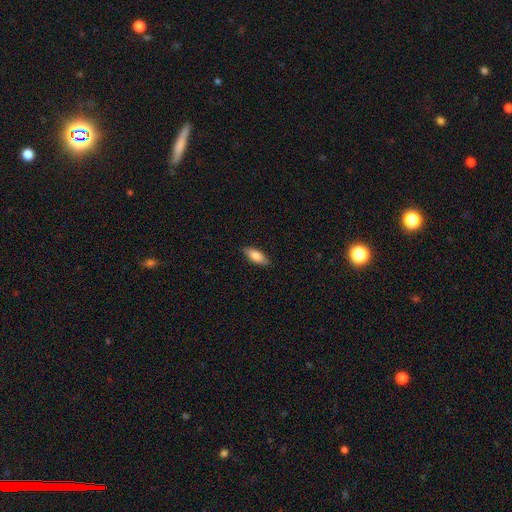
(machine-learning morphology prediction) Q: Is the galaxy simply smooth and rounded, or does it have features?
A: smooth — 81%.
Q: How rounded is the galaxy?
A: in between — 76%.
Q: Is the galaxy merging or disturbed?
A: none — 87%.